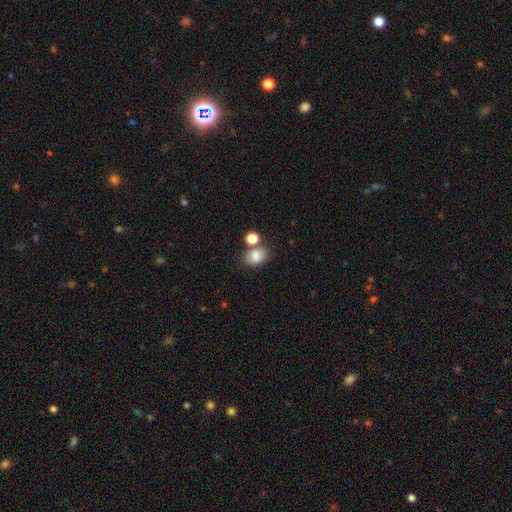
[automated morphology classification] Smooth or featured? Predicted: smooth (p=0.82). How rounded? Predicted: in between (p=0.69). Merging? Predicted: none (p=0.61).